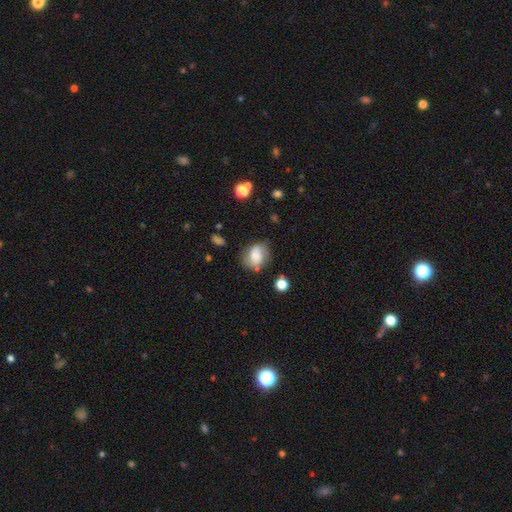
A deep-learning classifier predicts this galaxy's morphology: type=smooth (65%); roundness=in between (52%); merging=none (56%).